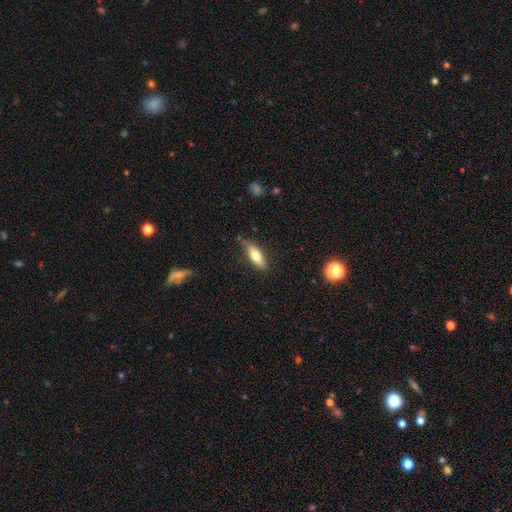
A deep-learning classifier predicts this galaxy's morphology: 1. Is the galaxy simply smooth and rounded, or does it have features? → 69% smooth, 24% featured or disk, 7% star or artifact.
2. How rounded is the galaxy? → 56% in between, 42% cigar-shaped, 2% round.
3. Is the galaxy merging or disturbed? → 78% none, 17% minor disturbance, 3% major disturbance, 2% merger.